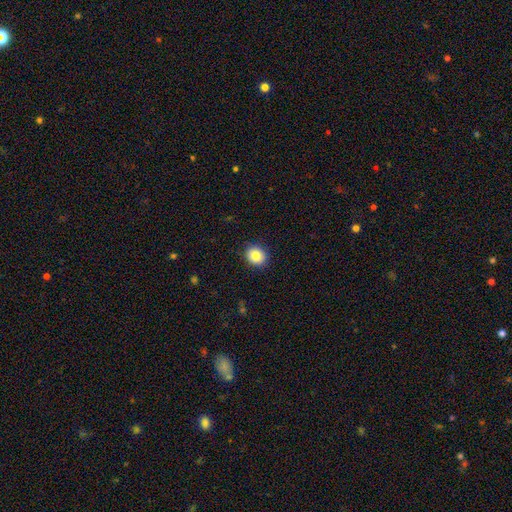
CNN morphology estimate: This appears to be a smooth galaxy with no disk features (85%) that is round (69%). Merging: none (89%).